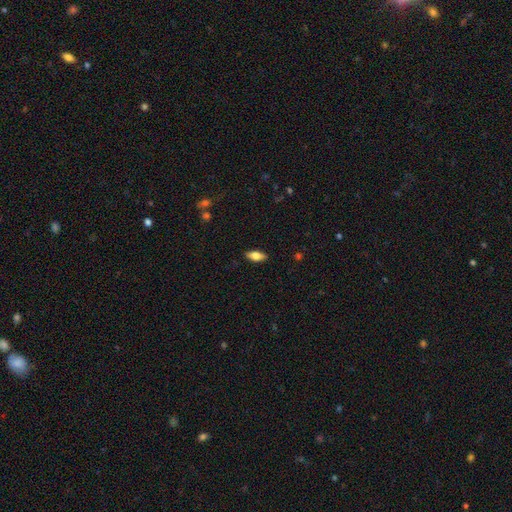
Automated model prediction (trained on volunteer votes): Smooth or featured? Predicted: smooth (p=0.74). How rounded? Predicted: in between (p=0.83). Merging? Predicted: none (p=0.88).